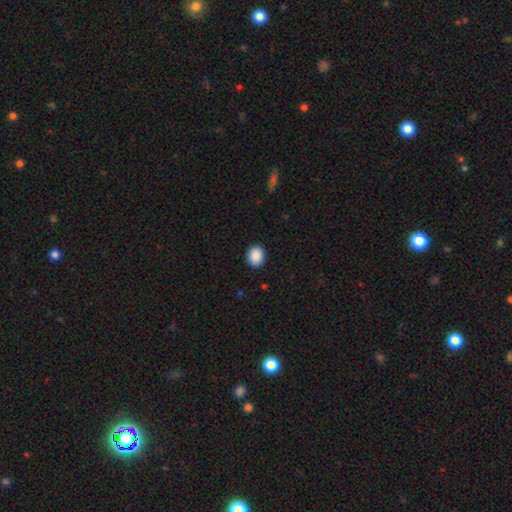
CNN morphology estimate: This is clearly a smooth galaxy (90%). How rounded: likely round (64%). Merging: clearly none (91%).